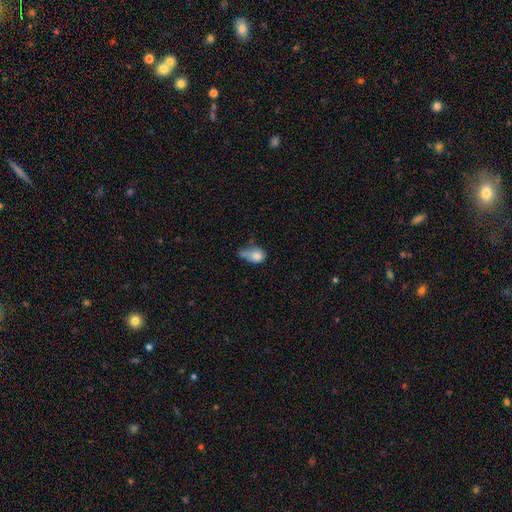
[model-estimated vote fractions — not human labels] Overall: smooth (78%). How rounded: in between (57%; round 41%). Merging: minor disturbance (29%; none 26%).